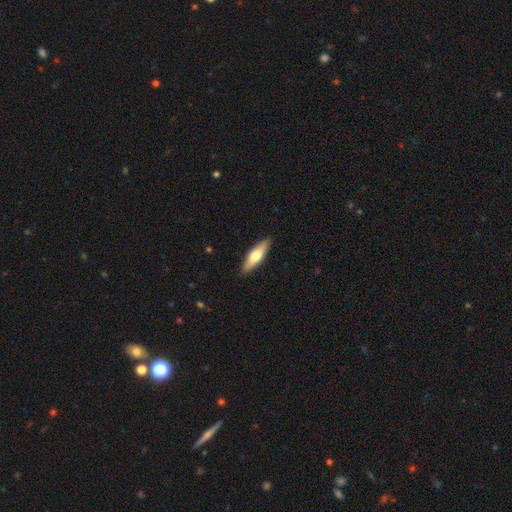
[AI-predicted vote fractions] Overall: smooth (63%; featured or disk 32%). How rounded: cigar-shaped (55%; in between 43%). Merging: none (90%).